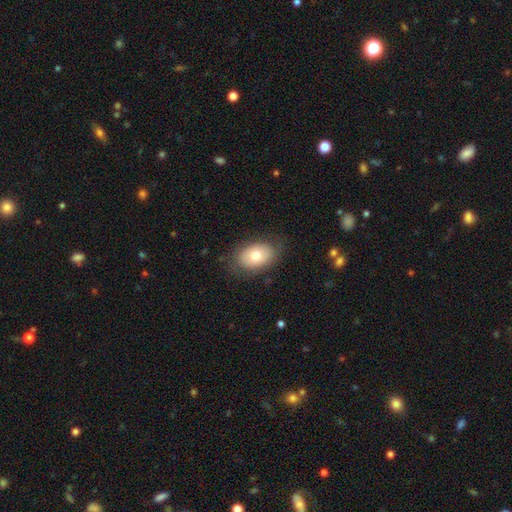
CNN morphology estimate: smooth-or-featured: smooth: 72% | featured or disk: 20% | star or artifact: 8%
  how-rounded: in between: 83% | round: 16% | cigar-shaped: 1%
  merging: none: 79% | minor disturbance: 15% | major disturbance: 5% | merger: 1%